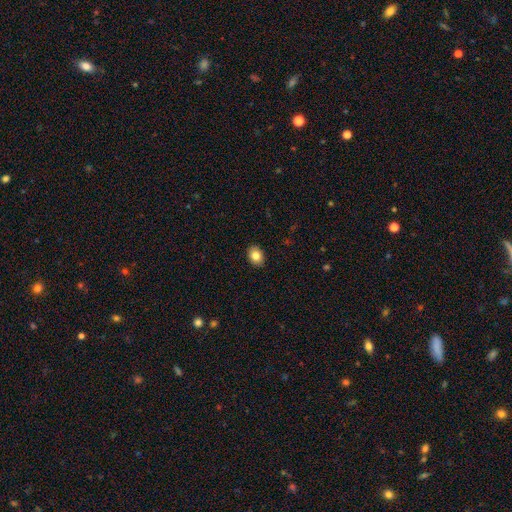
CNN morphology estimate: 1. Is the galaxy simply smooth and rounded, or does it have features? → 84% smooth, 9% star or artifact, 7% featured or disk.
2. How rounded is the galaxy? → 68% in between, 31% round, 1% cigar-shaped.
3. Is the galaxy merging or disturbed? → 90% none, 7% minor disturbance, 2% major disturbance, 1% merger.